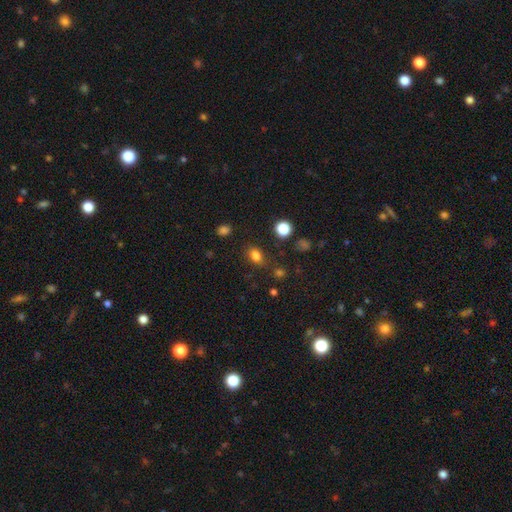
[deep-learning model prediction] Q: Smooth or featured?
A: smooth (81%); runner-up: star or artifact (14%)
Q: How rounded?
A: in between (73%); runner-up: round (25%)
Q: Merging?
A: none (76%); runner-up: minor disturbance (14%)